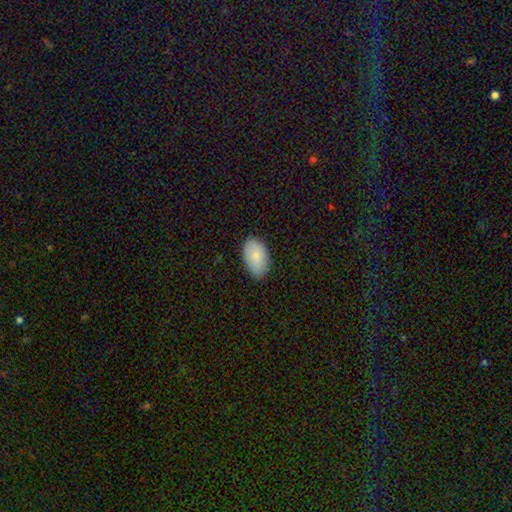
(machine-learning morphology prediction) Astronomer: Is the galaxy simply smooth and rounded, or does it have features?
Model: smooth — 82%.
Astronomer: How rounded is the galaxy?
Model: in between — 93%.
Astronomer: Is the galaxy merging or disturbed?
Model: none — 82%.